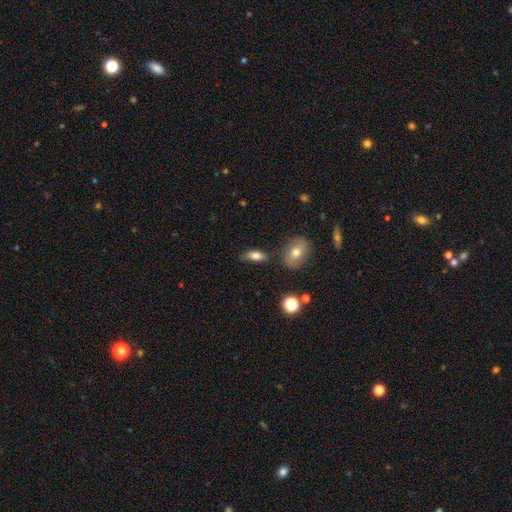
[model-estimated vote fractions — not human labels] Smooth or featured?
  - smooth: 76% *
  - featured or disk: 15%
  - star or artifact: 9%
How rounded?
  - in between: 79% *
  - cigar-shaped: 14%
  - round: 7%
Merging?
  - none: 69% *
  - minor disturbance: 18%
  - merger: 8%
  - major disturbance: 5%